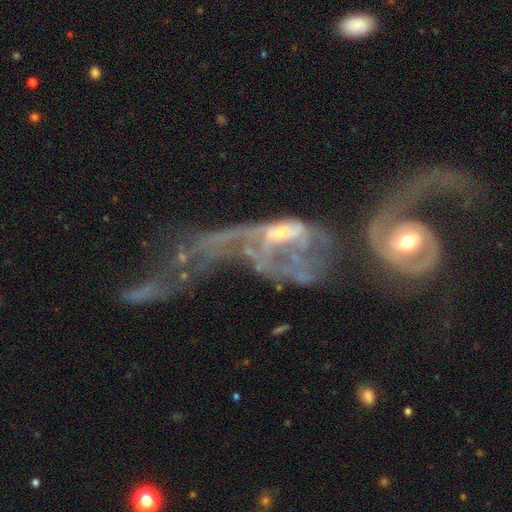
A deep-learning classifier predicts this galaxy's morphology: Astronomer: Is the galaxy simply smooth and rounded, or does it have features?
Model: featured or disk — 76%.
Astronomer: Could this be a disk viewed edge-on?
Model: no — 91%.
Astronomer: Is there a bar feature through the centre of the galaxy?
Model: no — 64%.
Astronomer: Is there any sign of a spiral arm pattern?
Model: yes — 64%.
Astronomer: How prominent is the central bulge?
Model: moderate — 49% (runner-up: small, 34%).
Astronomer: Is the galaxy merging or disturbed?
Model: merger — 62%.